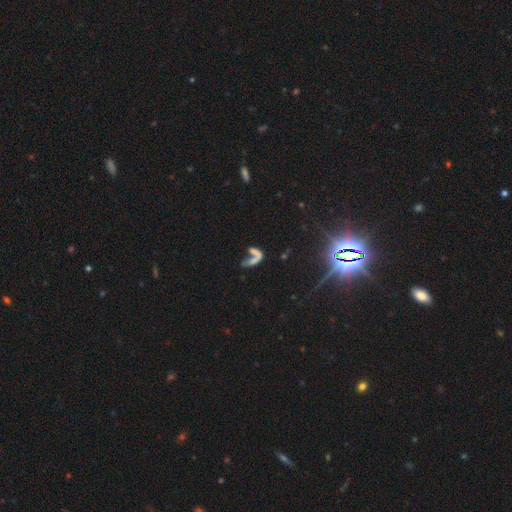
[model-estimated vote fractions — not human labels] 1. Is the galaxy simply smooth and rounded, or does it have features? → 40% featured or disk (tied), 40% smooth (tied), 20% star or artifact.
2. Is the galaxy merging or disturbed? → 42% merger, 26% none, 21% major disturbance, 11% minor disturbance.